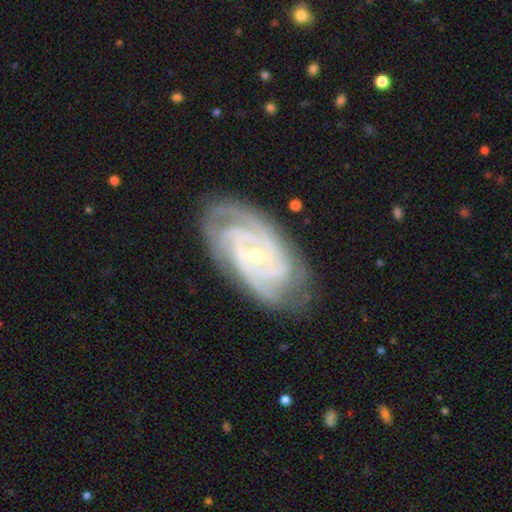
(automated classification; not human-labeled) smooth-or-featured: featured or disk: 91% | star or artifact: 5% | smooth: 5%
  disk-edge-on: no: 96% | yes: 4%
    bar: no: 44% | weak: 39% | strong: 17%
    has-spiral-arms: yes: 98% | no: 2%
      spiral-winding: tight: 71% | medium: 25% | loose: 3%
      spiral-arm-count: 3: 31% | 2: 24% | 4: 18% | can't tell: 16% | more than 4: 6% | 1: 5%
    bulge-size: small: 74% | moderate: 23% | none: 1% | large: 1% | dominant: 1%
  merging: none: 78% | minor disturbance: 17% | major disturbance: 4% | merger: 1%